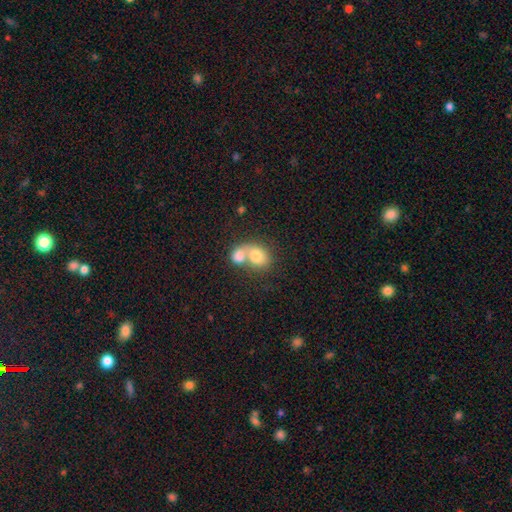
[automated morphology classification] smooth 73%, featured or disk 18%, star or artifact 9%. Down the decision tree: how rounded — in between (53%); merging — merger (72%).